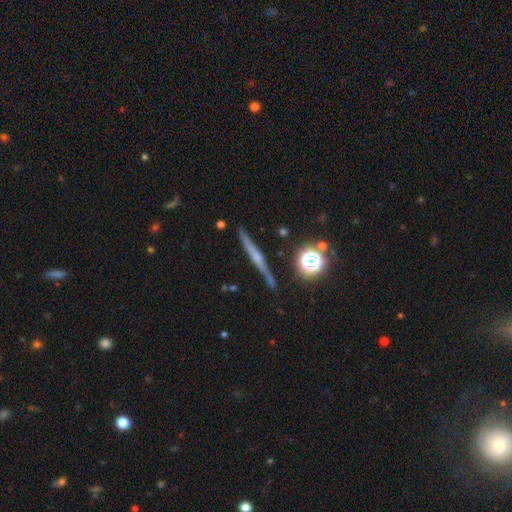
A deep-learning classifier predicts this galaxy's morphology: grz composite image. It shows a featured or disk galaxy (67%) viewed edge-on (97%) with a rounded central bulge (61%). Merging: none (88%).